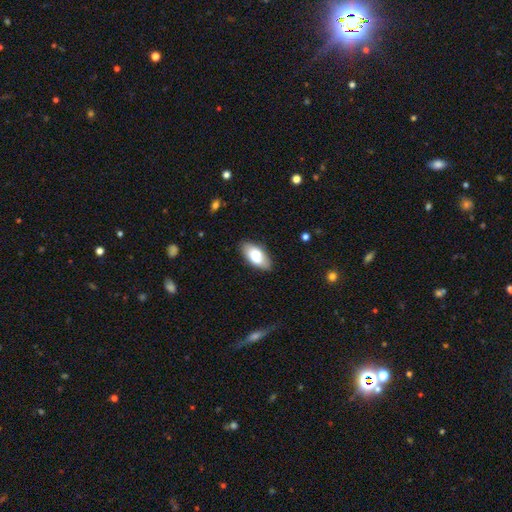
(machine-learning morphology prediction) A smooth galaxy with no disk features (76%) that is in between round and cigar-shaped (92%).

Vote fractions:
- Smooth or featured? smooth: 76% / featured or disk: 17% / star or artifact: 6%
- How rounded? in between: 92% / cigar-shaped: 5% / round: 3%
- Merging? none: 83% / minor disturbance: 13% / major disturbance: 3% / merger: 1%